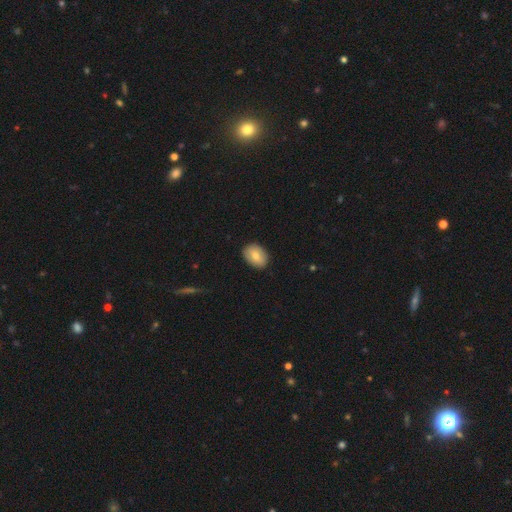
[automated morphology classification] smooth-or-featured: smooth: 77% | featured or disk: 15% | star or artifact: 7%
  how-rounded: in between: 77% | round: 22% | cigar-shaped: 1%
  merging: none: 88% | minor disturbance: 9% | major disturbance: 2% | merger: 1%